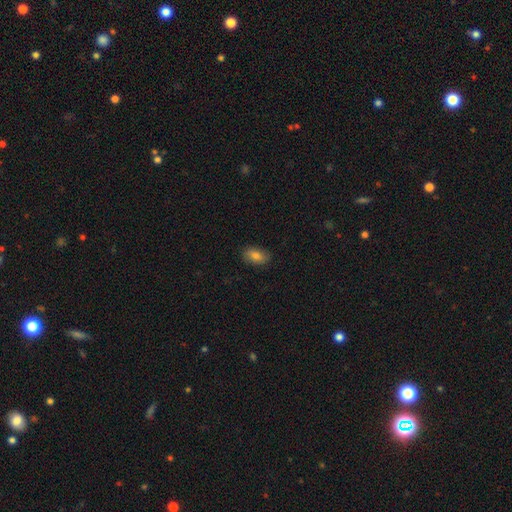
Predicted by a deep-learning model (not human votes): A smooth galaxy with no disk features (80%) that is in between round and cigar-shaped (89%). Merging: none (84%).